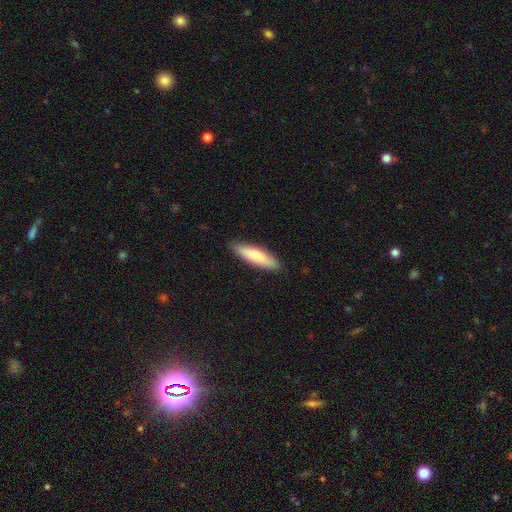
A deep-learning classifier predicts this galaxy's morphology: smooth_or_featured: smooth (p=0.76) [alt: featured or disk p=0.19]
how_rounded: cigar-shaped (p=0.73) [alt: in between p=0.26]
merging: none (p=0.88) [alt: minor disturbance p=0.10]